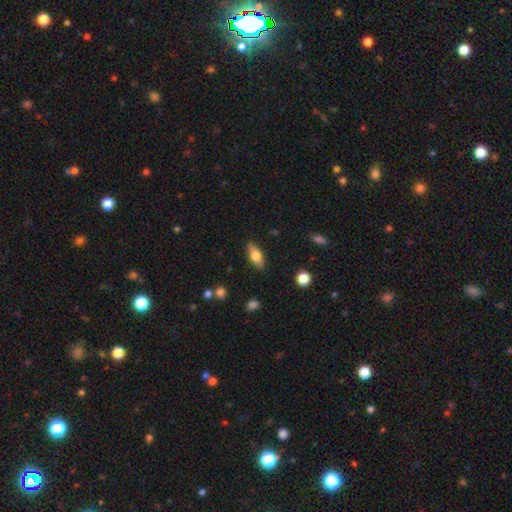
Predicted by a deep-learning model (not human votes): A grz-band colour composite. It shows a smooth galaxy with no disk features (67%) that is in between round and cigar-shaped (79%). Merging: none (86%).